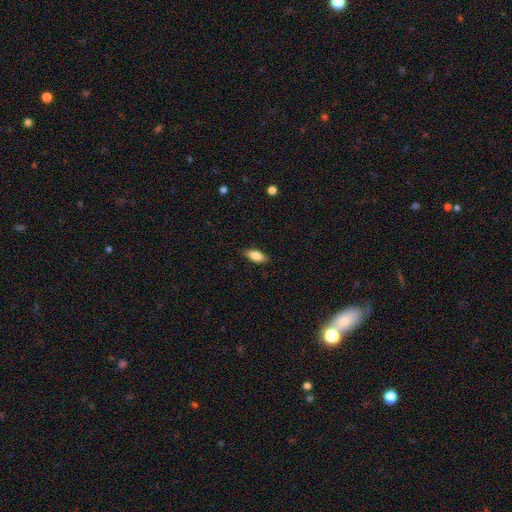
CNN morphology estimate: smooth_or_featured: smooth (p=0.79) [alt: featured or disk p=0.14]
how_rounded: in between (p=0.82) [alt: cigar-shaped p=0.15]
merging: none (p=0.86) [alt: minor disturbance p=0.11]